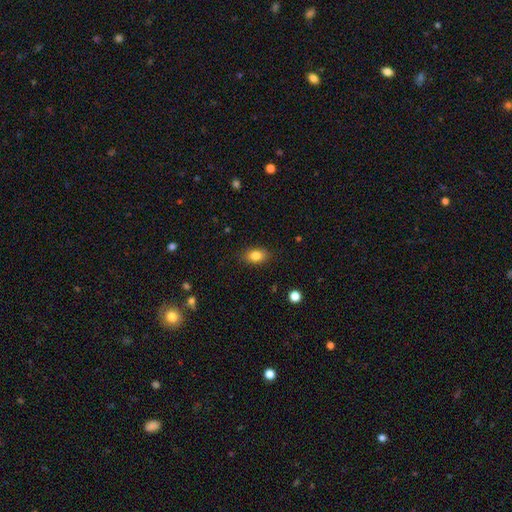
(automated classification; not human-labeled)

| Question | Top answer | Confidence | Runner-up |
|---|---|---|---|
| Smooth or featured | smooth | 83% | star or artifact (9%) |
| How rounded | in between | 80% | round (18%) |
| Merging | none | 86% | minor disturbance (10%) |